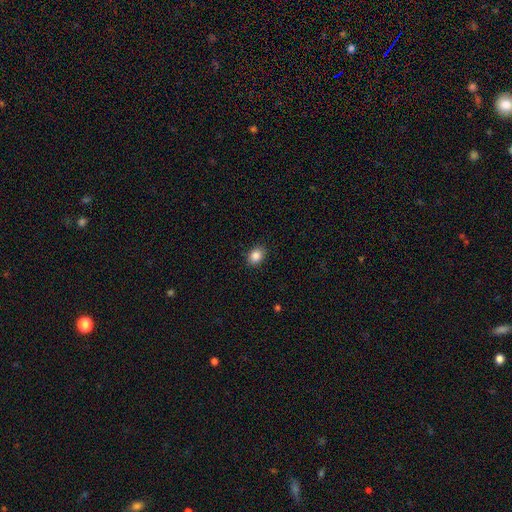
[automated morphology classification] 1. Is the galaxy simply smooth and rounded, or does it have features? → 87% smooth, 9% star or artifact, 4% featured or disk.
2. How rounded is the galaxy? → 60% in between, 39% round, 1% cigar-shaped.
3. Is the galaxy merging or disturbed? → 89% none, 8% minor disturbance, 2% major disturbance, 1% merger.